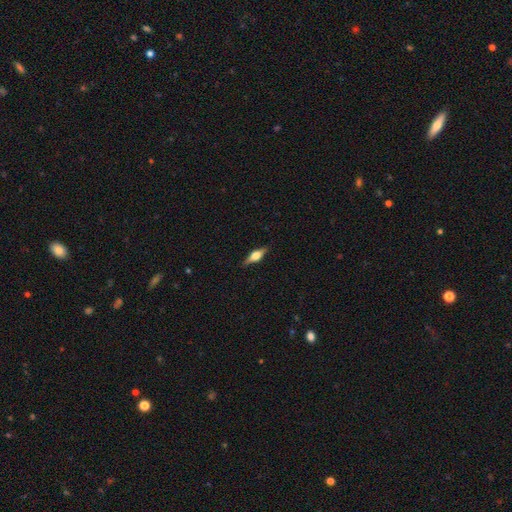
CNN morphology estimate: type=featured or disk (65%); edge-on=yes (96%); edge-on bulge=rounded (92%); merging=none (88%).